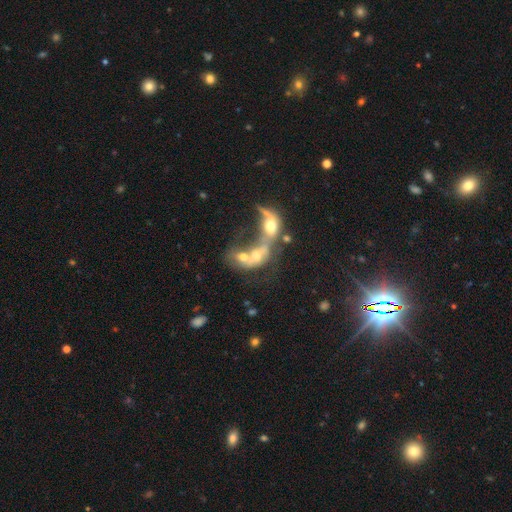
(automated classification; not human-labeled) Smooth or featured?
  - smooth: 44% *
  - featured or disk: 42%
  - star or artifact: 14%
Merging?
  - merger: 78% *
  - major disturbance: 10%
  - none: 8%
  - minor disturbance: 4%